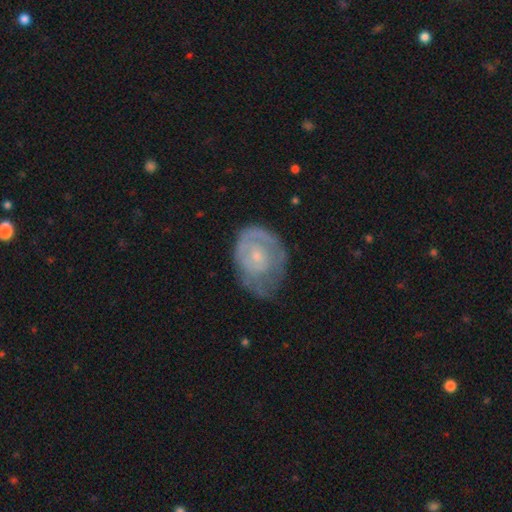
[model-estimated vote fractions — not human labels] Smooth or featured?
  - featured or disk: 59% *
  - smooth: 34%
  - star or artifact: 7%
Edge-on disk?
  - no: 96% *
  - yes: 4%
Bar?
  - no: 79% *
  - weak: 18%
  - strong: 3%
Spiral arms?
  - yes: 62% *
  - no: 38%
Bulge size?
  - small: 66% *
  - moderate: 27%
  - none: 5%
  - large: 2%
  - dominant: 1%
Merging?
  - none: 47% *
  - minor disturbance: 32%
  - major disturbance: 19%
  - merger: 2%